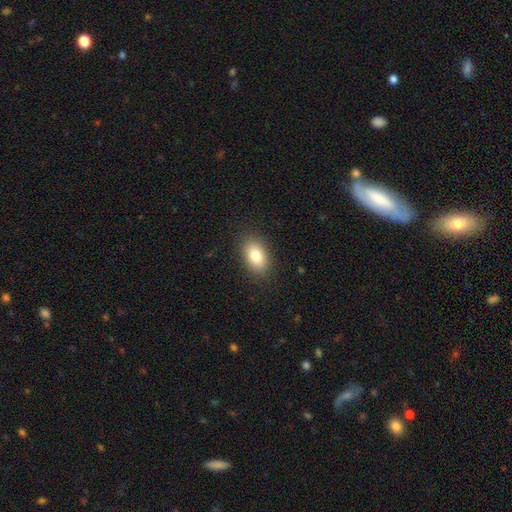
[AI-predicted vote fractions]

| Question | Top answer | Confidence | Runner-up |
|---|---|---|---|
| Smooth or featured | smooth | 82% | featured or disk (10%) |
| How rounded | in between | 89% | round (9%) |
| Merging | none | 87% | minor disturbance (9%) |